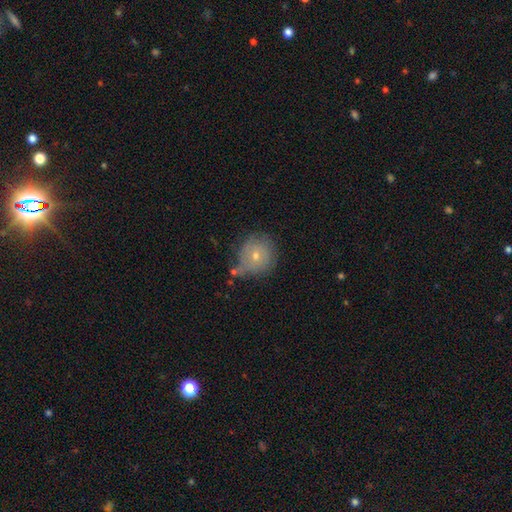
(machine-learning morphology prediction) Smooth or featured? smooth (59%)
How rounded? round (89%)
Merging? none (59%)